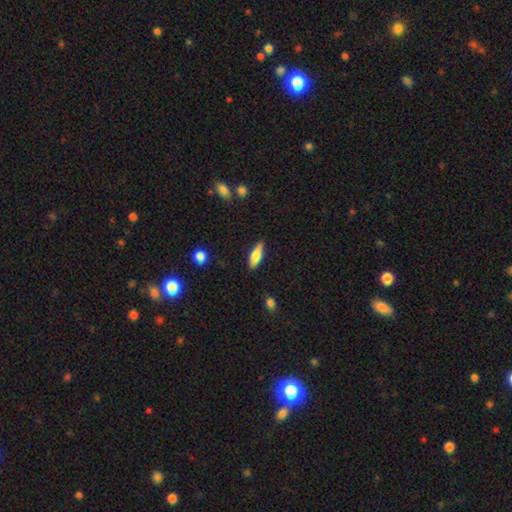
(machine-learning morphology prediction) smooth-or-featured: smooth: 71% | featured or disk: 22% | star or artifact: 6%
  how-rounded: in between: 55% | cigar-shaped: 42% | round: 2%
  merging: none: 79% | minor disturbance: 16% | major disturbance: 3% | merger: 2%